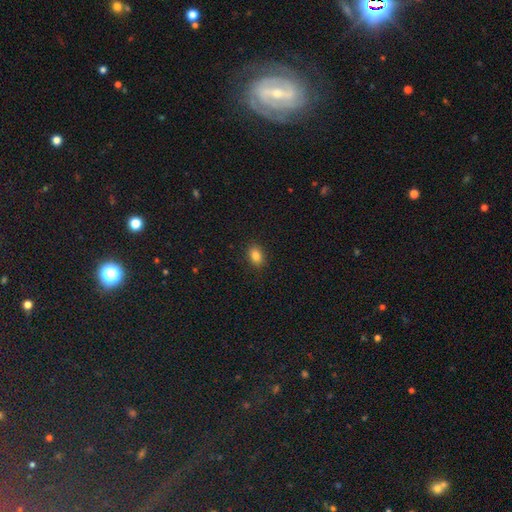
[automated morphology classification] This is clearly a smooth galaxy (84%). How rounded: likely in between (72%). Merging: clearly none (89%).